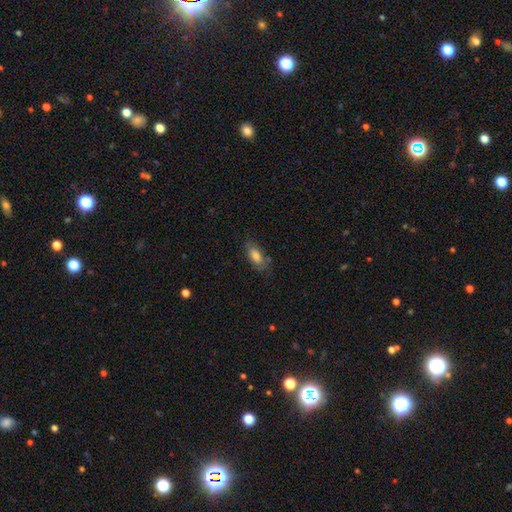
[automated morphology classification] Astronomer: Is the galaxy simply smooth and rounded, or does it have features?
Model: smooth — 76%.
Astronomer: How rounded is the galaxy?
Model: in between — 84%.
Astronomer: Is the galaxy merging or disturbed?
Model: none — 66%.